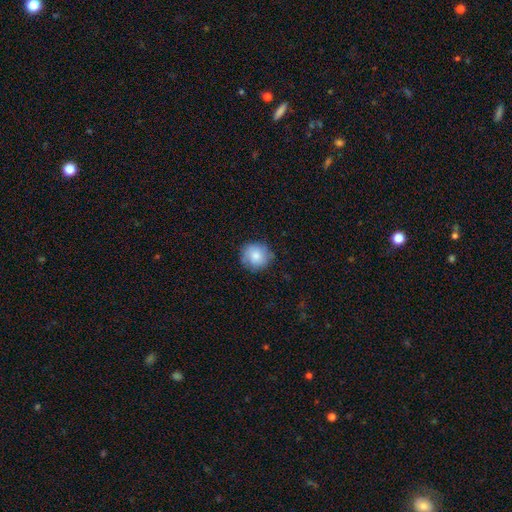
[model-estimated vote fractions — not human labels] Morphology: type=smooth (79%); roundness=round (90%); merging=none (79%).